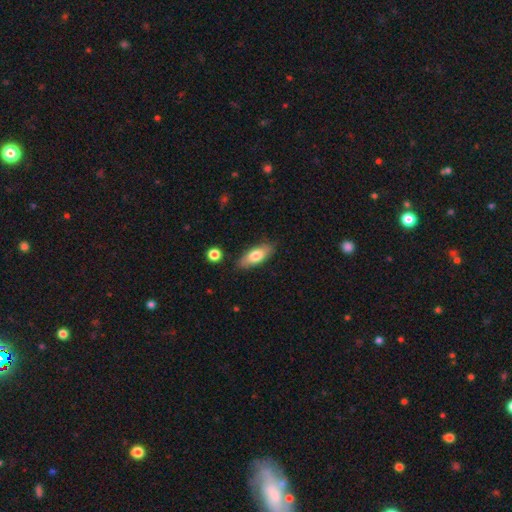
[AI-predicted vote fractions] smooth 74%, featured or disk 20%, star or artifact 6%. Down the decision tree: how rounded — in between (72%); merging — none (84%).